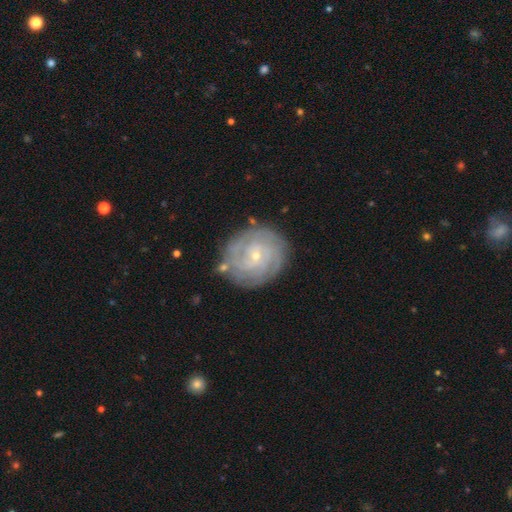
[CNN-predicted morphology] smooth_or_featured: featured or disk (p=0.83) [alt: smooth p=0.11]
disk_edge_on: no (p=0.97) [alt: yes p=0.03]
bar: no (p=0.69) [alt: weak p=0.25]
has_spiral_arms: yes (p=0.96) [alt: no p=0.04]
spiral_winding: tight (p=0.80) [alt: medium p=0.16]
spiral_arm_count: can't tell (p=0.29) [alt: 4 p=0.23]
bulge_size: small (p=0.81) [alt: moderate p=0.16]
merging: none (p=0.81) [alt: minor disturbance p=0.13]